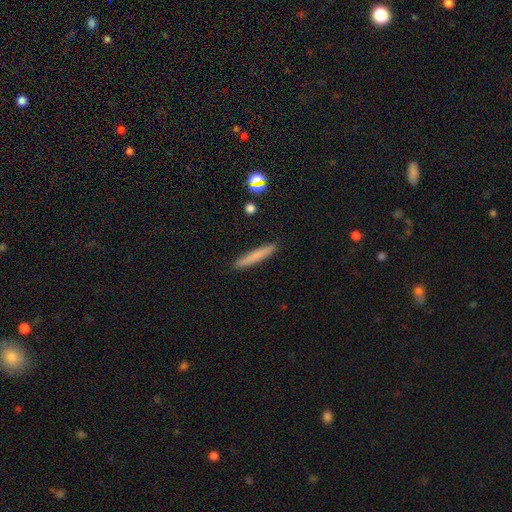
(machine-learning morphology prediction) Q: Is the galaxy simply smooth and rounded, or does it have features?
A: smooth — 76%.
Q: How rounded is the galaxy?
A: cigar-shaped — 95%.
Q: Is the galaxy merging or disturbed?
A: none — 92%.